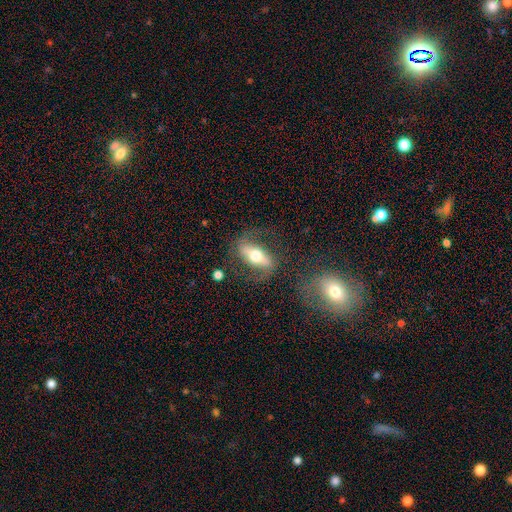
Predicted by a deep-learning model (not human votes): Smooth or featured?
  - featured or disk: 71% *
  - smooth: 23%
  - star or artifact: 6%
Edge-on disk?
  - no: 70% *
  - yes: 30%
Merging?
  - none: 69% *
  - minor disturbance: 15%
  - major disturbance: 13%
  - merger: 3%